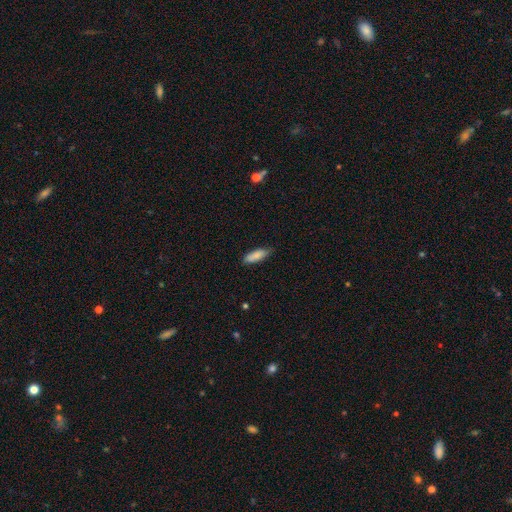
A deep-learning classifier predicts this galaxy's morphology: Smooth or featured? smooth (85%)
How rounded? in between (58%)
Merging? none (80%)